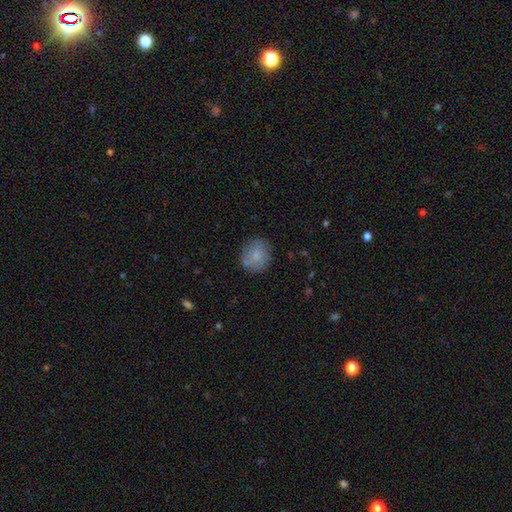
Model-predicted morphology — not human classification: A smooth galaxy with no disk features (76%) that is round (82%).

Vote fractions:
- Smooth or featured? smooth: 76% / featured or disk: 16% / star or artifact: 8%
- How rounded? round: 82% / in between: 17% / cigar-shaped: 1%
- Merging? none: 78% / minor disturbance: 15% / major disturbance: 4% / merger: 3%